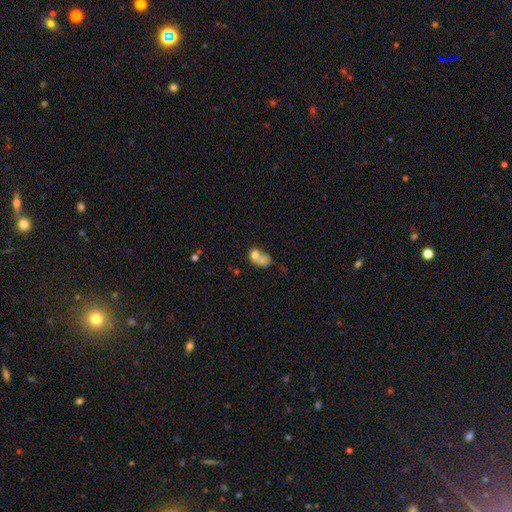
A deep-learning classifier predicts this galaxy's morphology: Smooth or featured: smooth — 70% (featured or disk — 20%)
How rounded: in between — 64% (round — 34%)
Merging: merger — 56% (none — 19%)